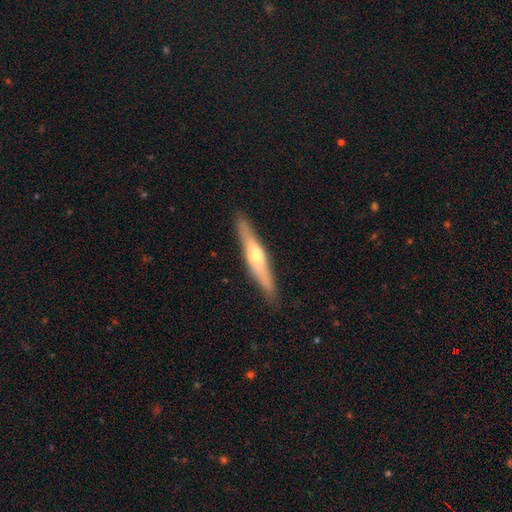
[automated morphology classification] The model was most divided on "smooth or featured": featured or disk: 54%, smooth: 40%, star or artifact: 5%. More confident: edge-on disk — yes (92%); merging — none (87%); edge-on bulge — rounded (86%).